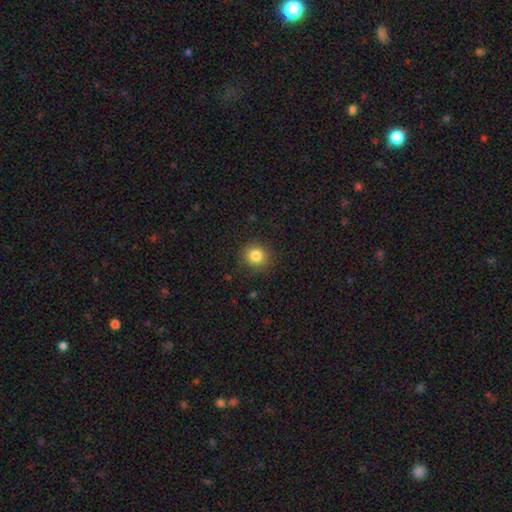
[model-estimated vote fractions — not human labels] Smooth or featured? smooth (83%)
How rounded? round (85%)
Merging? none (88%)